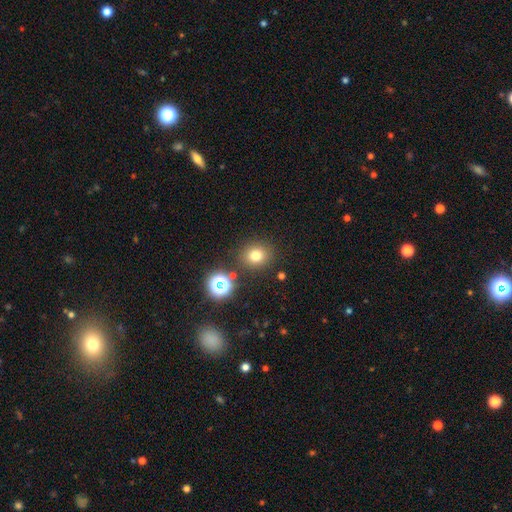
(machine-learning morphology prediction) Overall: smooth (75%). How rounded: round (79%). Merging: none (85%).